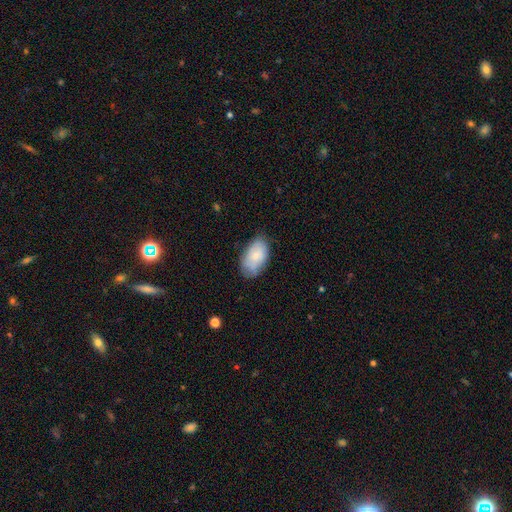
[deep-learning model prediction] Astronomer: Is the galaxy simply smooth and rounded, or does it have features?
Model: smooth — 75%.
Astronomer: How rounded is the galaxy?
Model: in between — 94%.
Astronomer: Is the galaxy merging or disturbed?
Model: none — 67%.